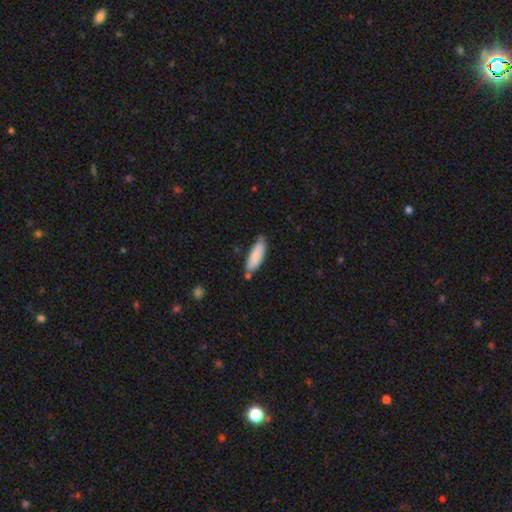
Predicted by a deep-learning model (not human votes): This appears to be a smooth galaxy with no disk features (84%) that is in between round and cigar-shaped (51%). Merging: none (65%).